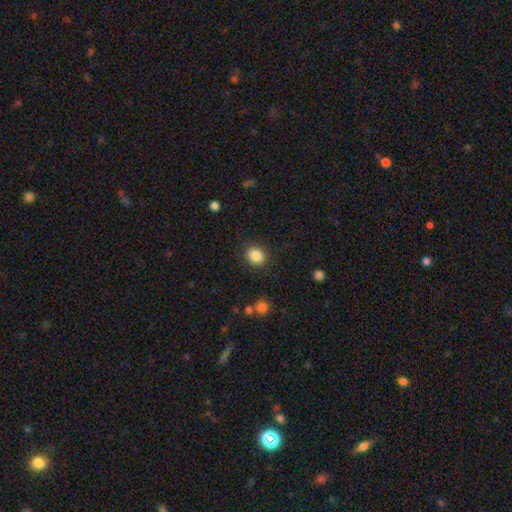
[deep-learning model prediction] A smooth galaxy with no disk features (87%) that is round (61%).

Vote fractions:
- Smooth or featured? smooth: 87% / star or artifact: 9% / featured or disk: 4%
- How rounded? round: 61% / in between: 38% / cigar-shaped: 1%
- Merging? none: 87% / minor disturbance: 8% / major disturbance: 3% / merger: 1%